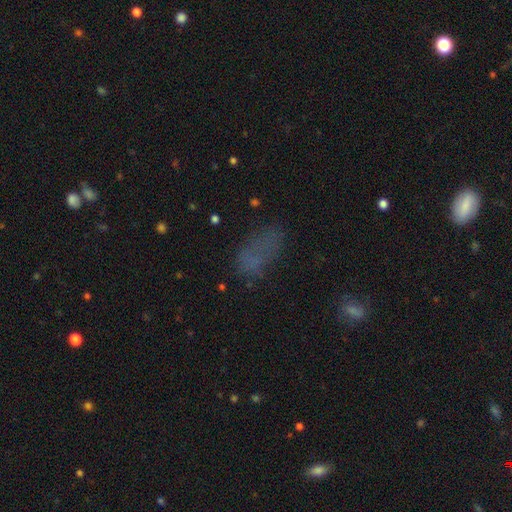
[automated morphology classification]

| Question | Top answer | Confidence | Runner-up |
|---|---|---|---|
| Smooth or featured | smooth | 59% | star or artifact (24%) |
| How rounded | in between | 86% | cigar-shaped (7%) |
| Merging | none | 53% | minor disturbance (23%) |